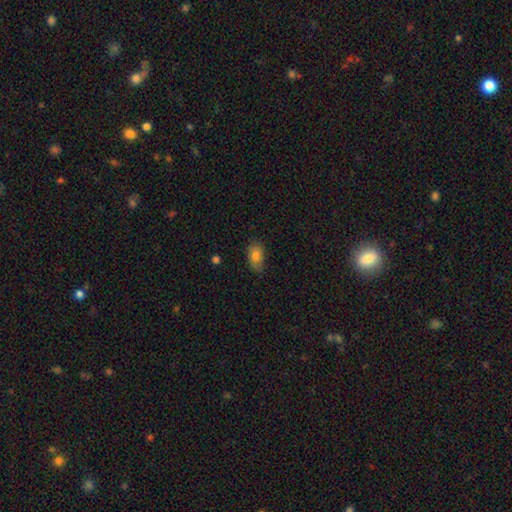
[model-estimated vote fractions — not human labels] smooth_or_featured: smooth (p=0.81) [alt: featured or disk p=0.11]
how_rounded: in between (p=0.90) [alt: round p=0.08]
merging: none (p=0.72) [alt: minor disturbance p=0.23]